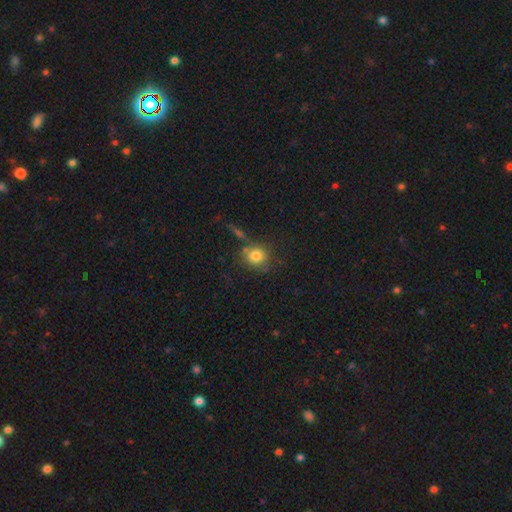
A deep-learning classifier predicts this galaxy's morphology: Smooth or featured? smooth (79%)
How rounded? round (84%)
Merging? none (66%)